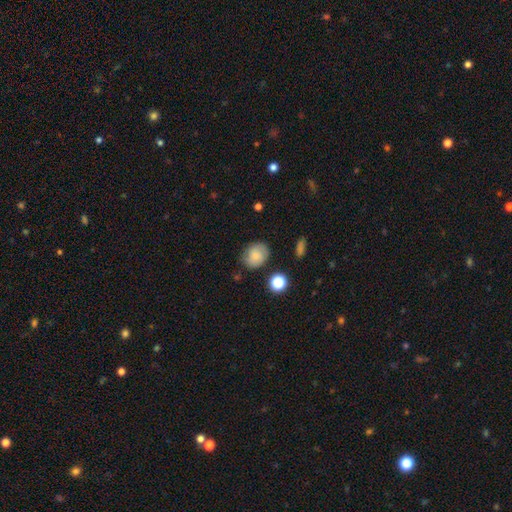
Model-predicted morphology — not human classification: Overall: smooth (75%). How rounded: round (57%; in between 42%). Merging: none (74%).